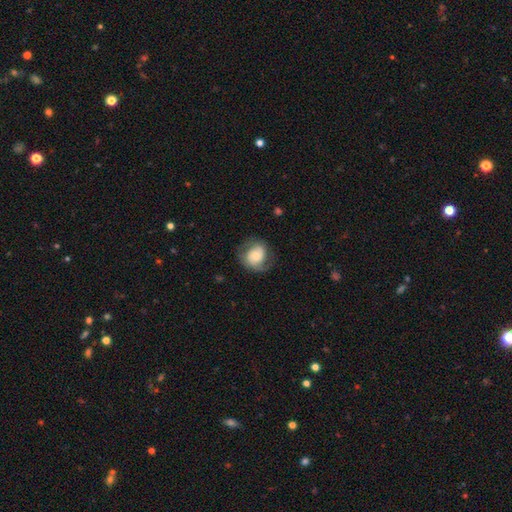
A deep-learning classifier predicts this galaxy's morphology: The model was most divided on "bulge size": moderate: 40%, small: 39%, large: 13%, none: 4%, dominant: 4%. More confident: edge-on disk — no (97%); spiral arms — yes (83%); merging — none (67%); bar — no (66%); smooth or featured — featured or disk (53%).